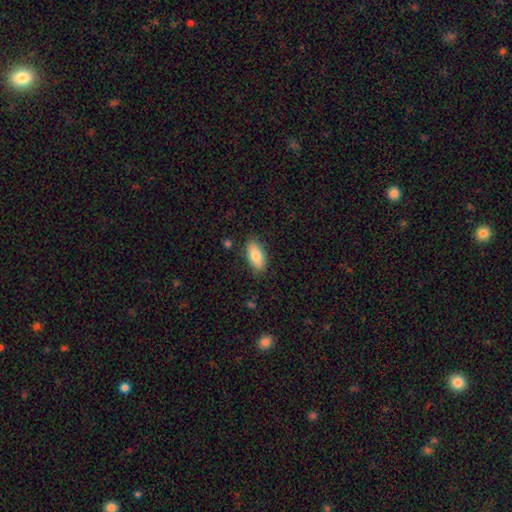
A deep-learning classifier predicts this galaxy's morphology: A smooth galaxy with no disk features (81%) that is in between round and cigar-shaped (89%). Merging: none (85%).